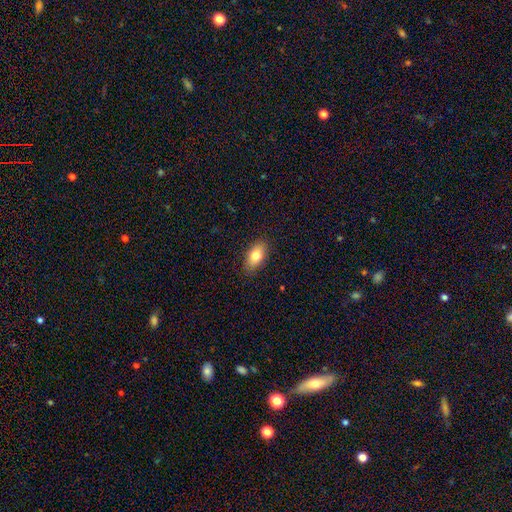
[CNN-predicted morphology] Smooth or featured: smooth — 79% (featured or disk — 13%)
How rounded: in between — 90% (round — 6%)
Merging: none — 87% (minor disturbance — 10%)